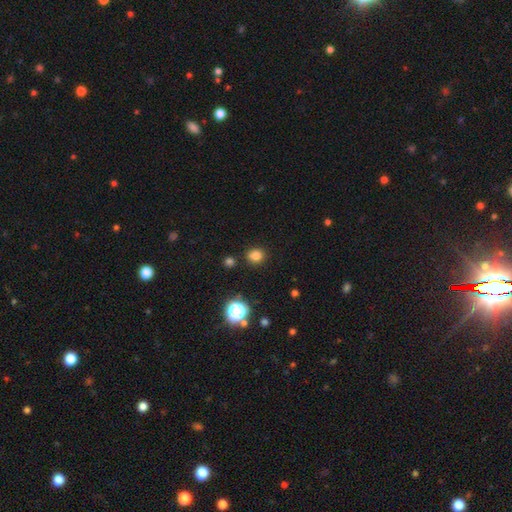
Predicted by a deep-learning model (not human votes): A smooth galaxy with no disk features (78%) that is round (77%). Merging: none (84%).